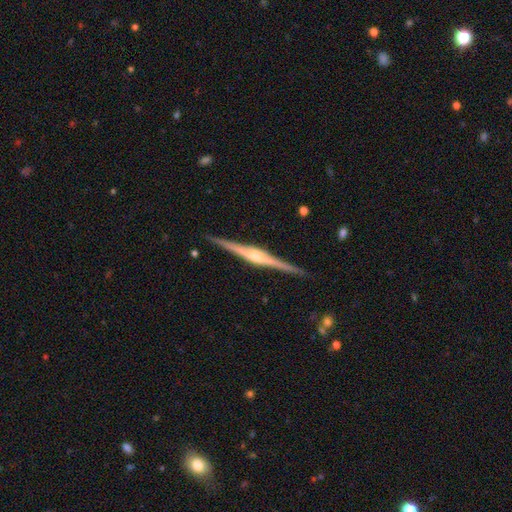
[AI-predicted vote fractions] A featured or disk galaxy (88%) viewed edge-on (99%) with a rounded central bulge (80%).

Vote fractions:
- Smooth or featured? featured or disk: 88% / smooth: 7% / star or artifact: 5%
- Edge-on disk? yes: 99% / no: 1%
- Edge-on bulge? rounded: 80% / boxy: 14% / none: 6%
- Merging? none: 91% / minor disturbance: 6% / major disturbance: 1% / merger: 1%